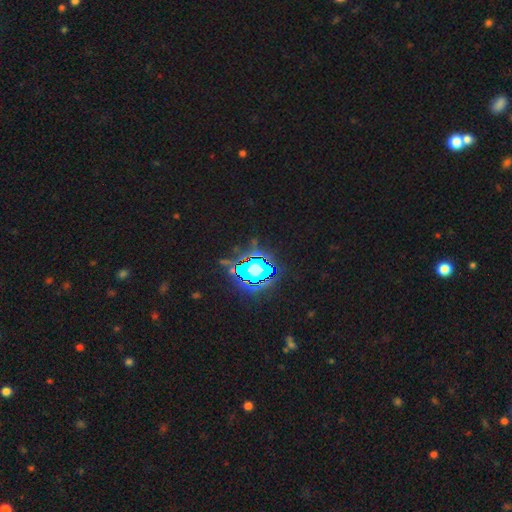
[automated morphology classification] This is clearly a star or artifact rather than a galaxy (82%).